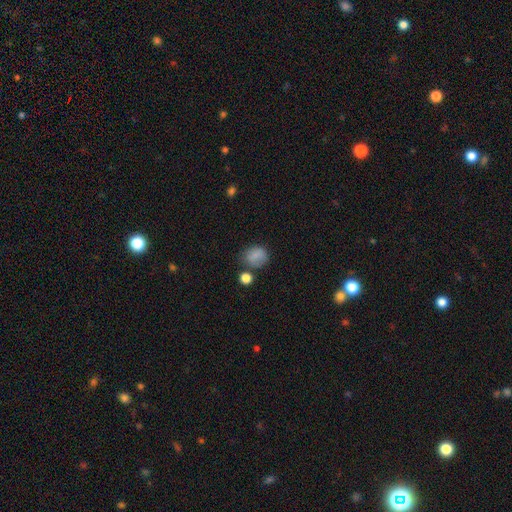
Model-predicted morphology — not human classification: type=smooth (82%); roundness=round (60%); merging=none (63%).